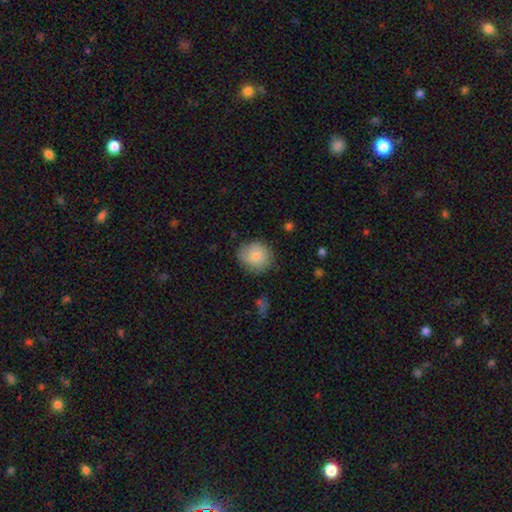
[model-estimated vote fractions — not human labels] smooth-or-featured: smooth: 81% | featured or disk: 12% | star or artifact: 7%
  how-rounded: round: 84% | in between: 15% | cigar-shaped: 1%
  merging: none: 76% | minor disturbance: 18% | major disturbance: 5% | merger: 2%